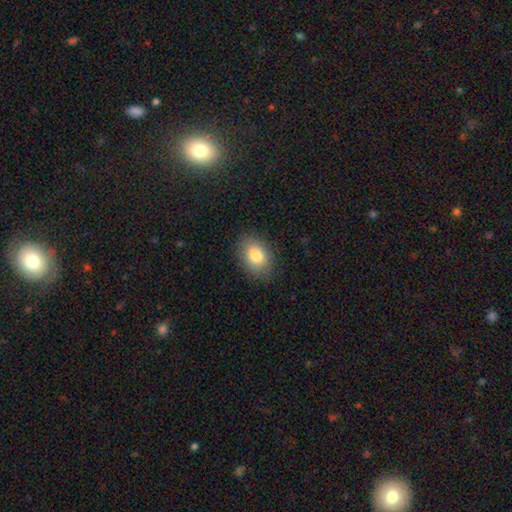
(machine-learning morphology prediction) smooth 81%, featured or disk 10%, star or artifact 8%. Down the decision tree: how rounded — in between (77%); merging — none (85%).